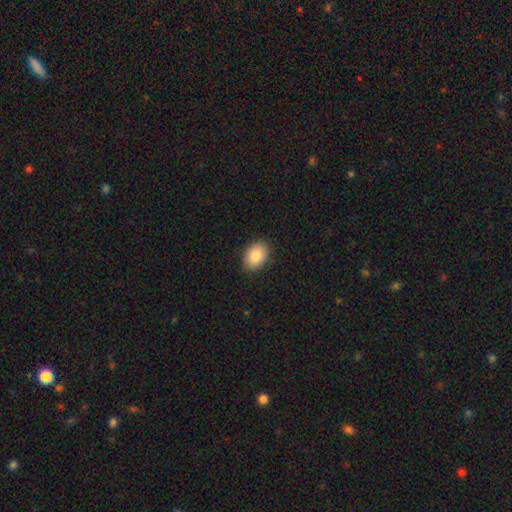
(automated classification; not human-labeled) This is clearly a smooth galaxy (86%). How rounded: likely in between (77%). Merging: clearly none (88%).